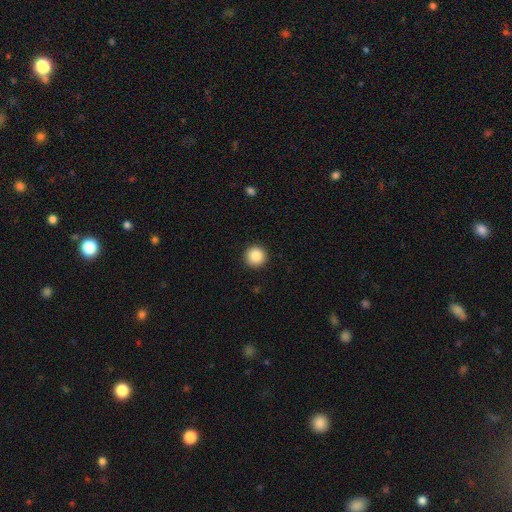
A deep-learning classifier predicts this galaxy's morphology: Smooth or featured?
  - smooth: 88% *
  - star or artifact: 9%
  - featured or disk: 3%
How rounded?
  - round: 96% *
  - in between: 3%
  - cigar-shaped: 1%
Merging?
  - none: 93% *
  - minor disturbance: 5%
  - major disturbance: 2%
  - merger: 1%